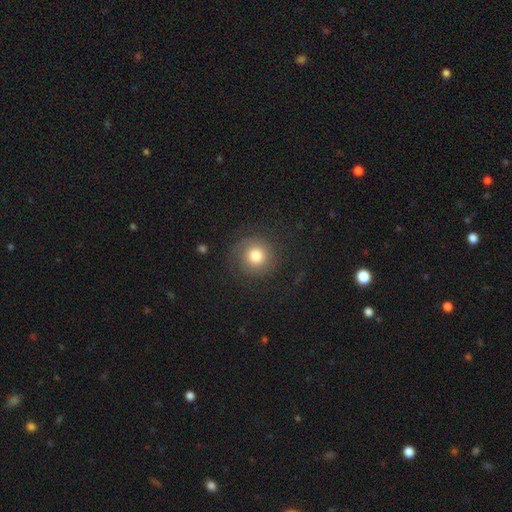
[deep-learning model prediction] This is likely a smooth galaxy (68%). How rounded: clearly round (94%). Merging: clearly none (80%).